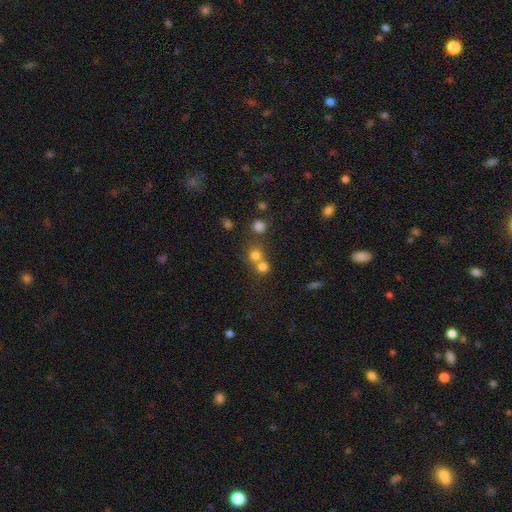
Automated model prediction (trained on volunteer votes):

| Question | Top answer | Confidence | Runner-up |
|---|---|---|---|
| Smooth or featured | smooth | 74% | star or artifact (16%) |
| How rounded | round | 86% | in between (13%) |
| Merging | merger | 46% | none (45%) |